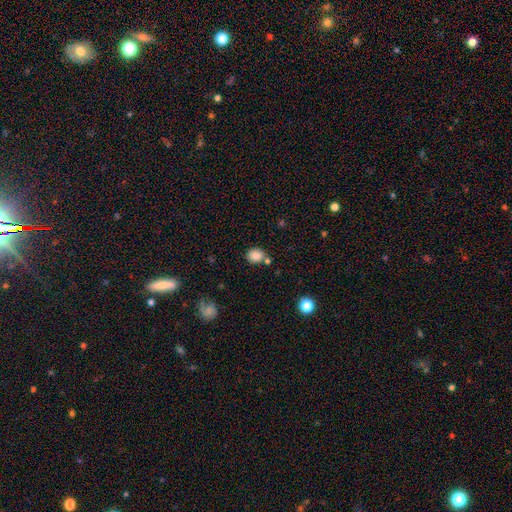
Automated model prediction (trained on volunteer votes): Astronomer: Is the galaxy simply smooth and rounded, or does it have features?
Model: smooth — 85%.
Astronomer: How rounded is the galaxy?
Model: round — 68%.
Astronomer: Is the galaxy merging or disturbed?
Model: none — 71%.